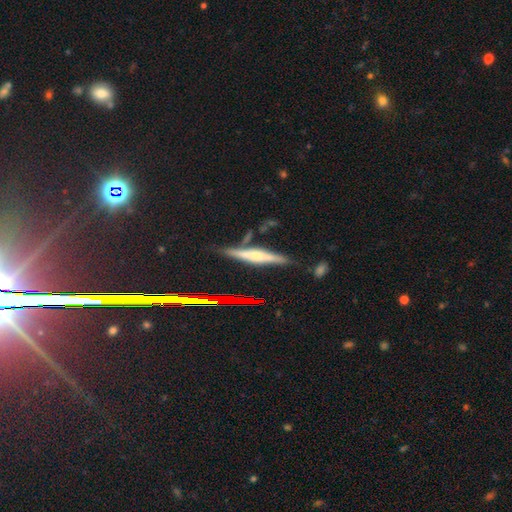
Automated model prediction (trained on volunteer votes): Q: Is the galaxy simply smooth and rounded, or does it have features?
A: featured or disk — 61%.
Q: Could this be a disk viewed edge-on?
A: yes — 94%.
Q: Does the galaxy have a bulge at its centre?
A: rounded — 69%.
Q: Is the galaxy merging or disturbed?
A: none — 73%.